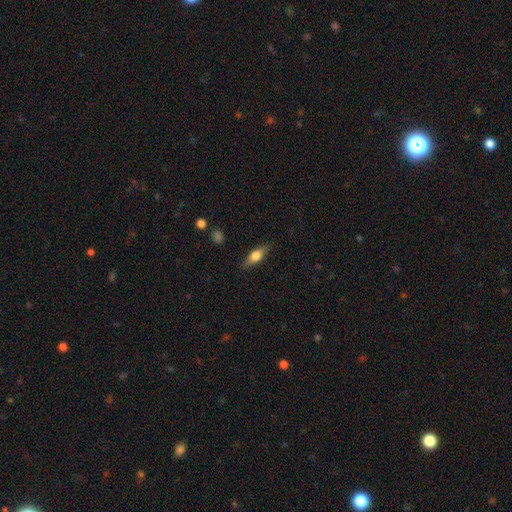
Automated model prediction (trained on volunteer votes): smooth_or_featured: smooth (p=0.58) [alt: featured or disk p=0.35]
how_rounded: in between (p=0.56) [alt: cigar-shaped p=0.39]
merging: none (p=0.84) [alt: minor disturbance p=0.12]